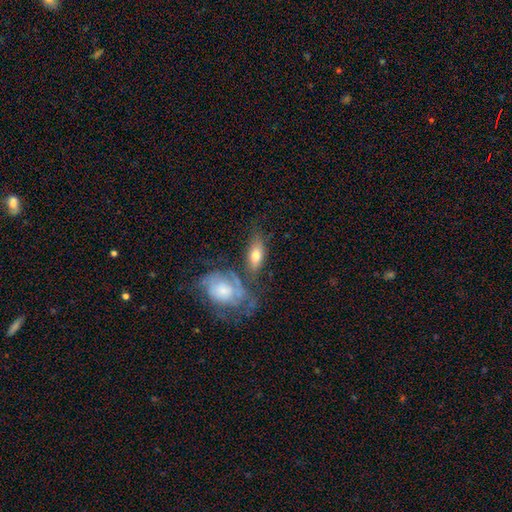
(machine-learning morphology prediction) The model was most divided on "smooth or featured": smooth: 65%, featured or disk: 28%, star or artifact: 7%. More confident: how rounded — in between (80%); merging — none (56%).